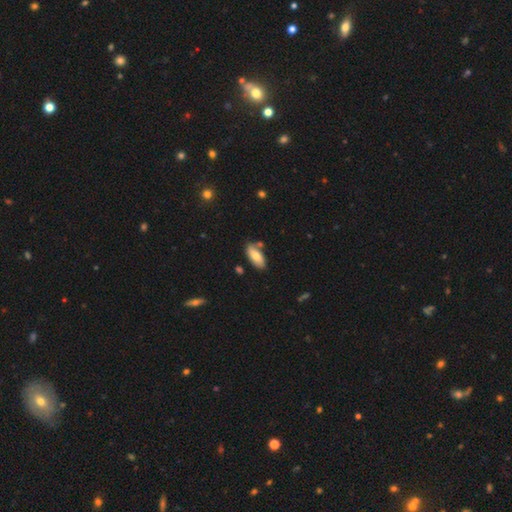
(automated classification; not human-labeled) Q: Smooth or featured?
A: smooth (71%); runner-up: featured or disk (23%)
Q: How rounded?
A: in between (85%); runner-up: cigar-shaped (13%)
Q: Merging?
A: none (75%); runner-up: minor disturbance (15%)